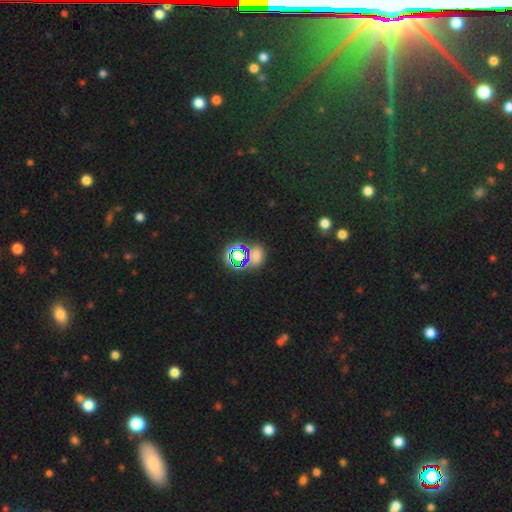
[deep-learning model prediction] Overall: smooth (51%; star or artifact 41%). How rounded: in between (54%; round 44%). Merging: none (65%).